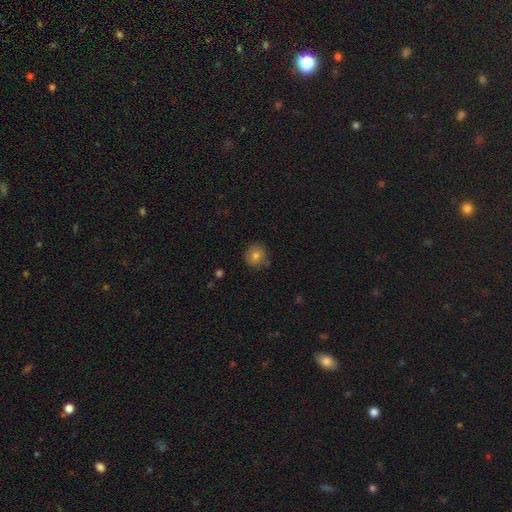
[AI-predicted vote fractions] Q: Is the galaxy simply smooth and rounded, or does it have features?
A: smooth — 77%.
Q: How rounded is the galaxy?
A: round — 91%.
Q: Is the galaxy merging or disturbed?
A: none — 81%.